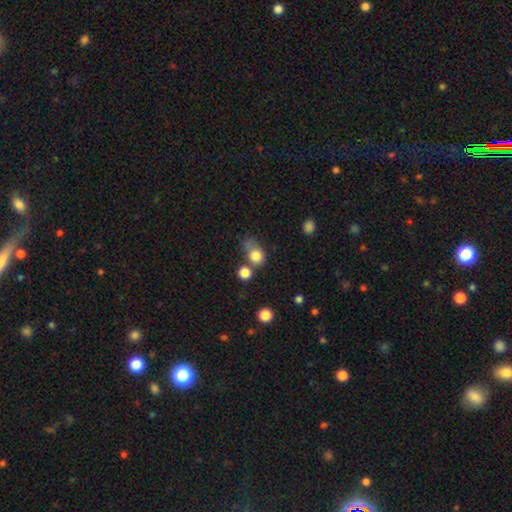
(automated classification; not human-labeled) Smooth or featured?
  - smooth: 80% *
  - star or artifact: 10%
  - featured or disk: 10%
How rounded?
  - round: 56% *
  - in between: 42%
  - cigar-shaped: 2%
Merging?
  - none: 38% *
  - minor disturbance: 24%
  - merger: 22%
  - major disturbance: 16%